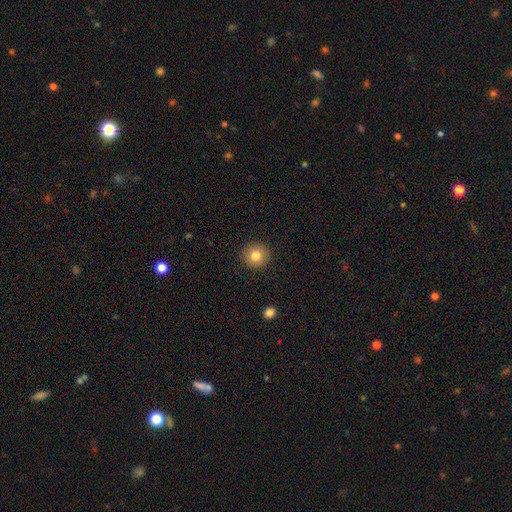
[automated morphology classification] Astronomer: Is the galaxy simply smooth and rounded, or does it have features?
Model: smooth — 81%.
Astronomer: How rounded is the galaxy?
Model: round — 93%.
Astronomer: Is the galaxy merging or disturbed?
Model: none — 92%.